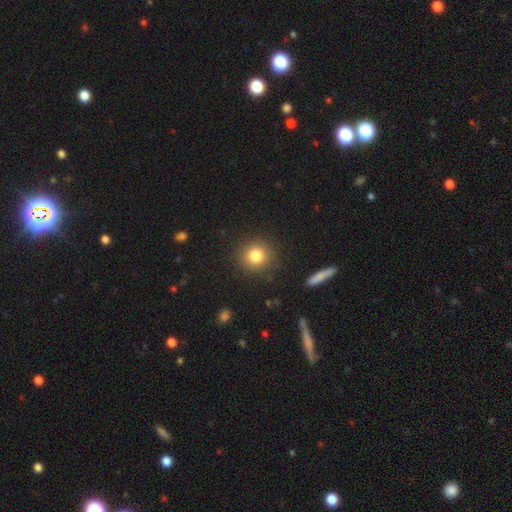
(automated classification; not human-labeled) Overall: smooth (82%). How rounded: round (90%). Merging: none (89%).